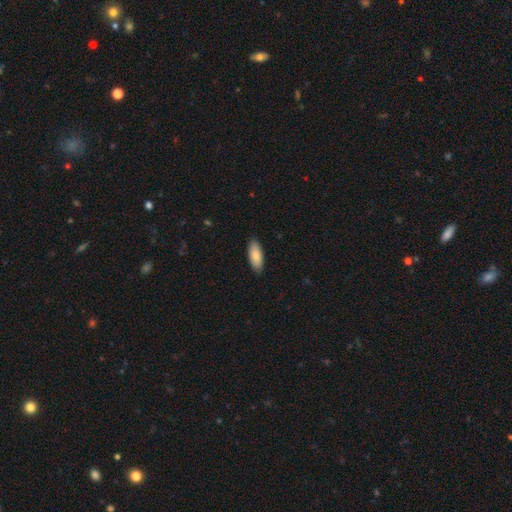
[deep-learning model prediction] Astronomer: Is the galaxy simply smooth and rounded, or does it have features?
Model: smooth — 86%.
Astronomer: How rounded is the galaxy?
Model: in between — 77%.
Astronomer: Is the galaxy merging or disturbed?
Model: none — 88%.